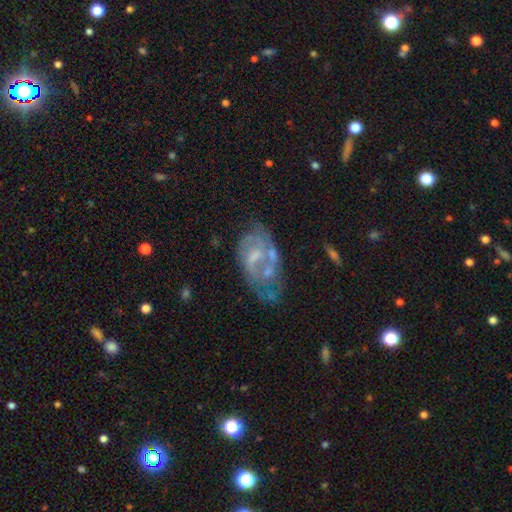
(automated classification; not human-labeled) The model was most divided on "bulge size": small: 40%, moderate: 34%, none: 22%, large: 3%, dominant: 1%. Remaining: edge-on disk — no (96%); smooth or featured — featured or disk (70%); spiral arms — yes (56%); bar — no (53%); merging — none (39%).